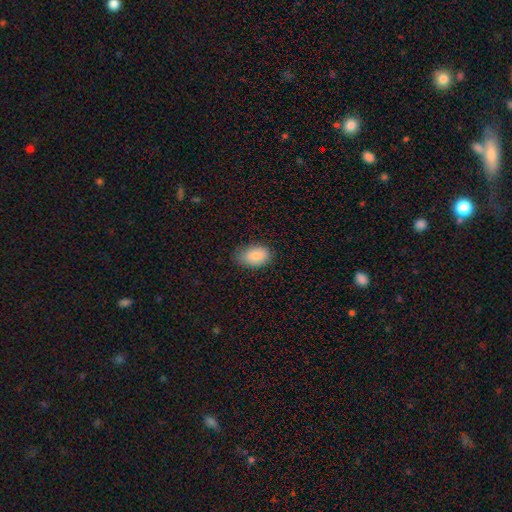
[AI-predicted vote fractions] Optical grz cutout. It shows a smooth galaxy with no disk features (87%) that is in between round and cigar-shaped (91%). Merging: none (77%).